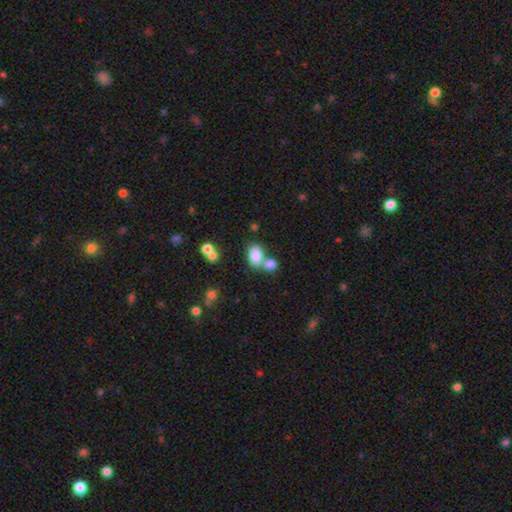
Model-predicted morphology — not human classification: smooth-or-featured: smooth: 82% | star or artifact: 9% | featured or disk: 9%
  how-rounded: in between: 81% | round: 18% | cigar-shaped: 1%
  merging: none: 45% | merger: 41% | minor disturbance: 10% | major disturbance: 4%